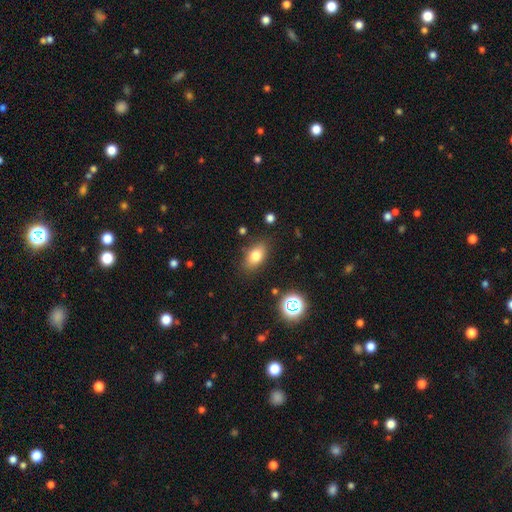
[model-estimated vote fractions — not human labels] Smooth or featured: smooth — 78% (featured or disk — 11%)
How rounded: in between — 85% (round — 10%)
Merging: none — 84% (minor disturbance — 11%)